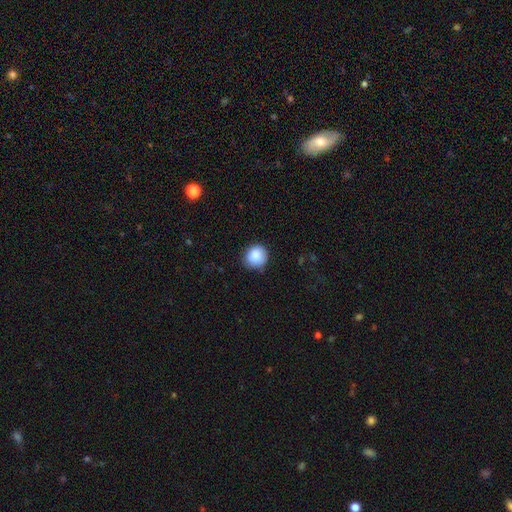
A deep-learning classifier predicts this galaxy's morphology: The model was most divided on "merging": none: 81%, minor disturbance: 15%, major disturbance: 3%, merger: 1%. More confident: how rounded — round (88%); smooth or featured — smooth (88%).